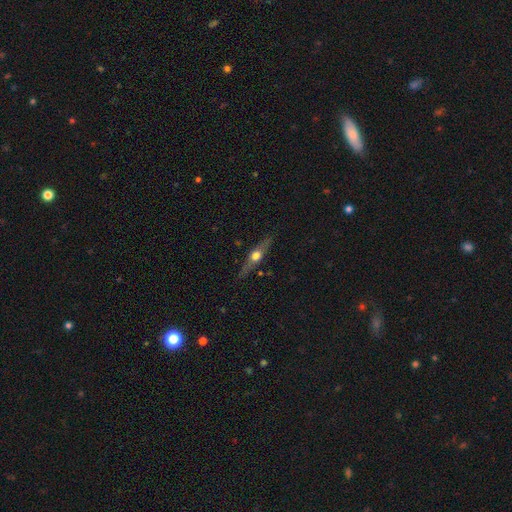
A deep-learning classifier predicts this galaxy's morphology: Smooth or featured: featured or disk — 68% (smooth — 25%)
Edge-on disk: yes — 95% (no — 5%)
Edge-on bulge: rounded — 96% (none — 2%)
Merging: none — 88% (minor disturbance — 9%)